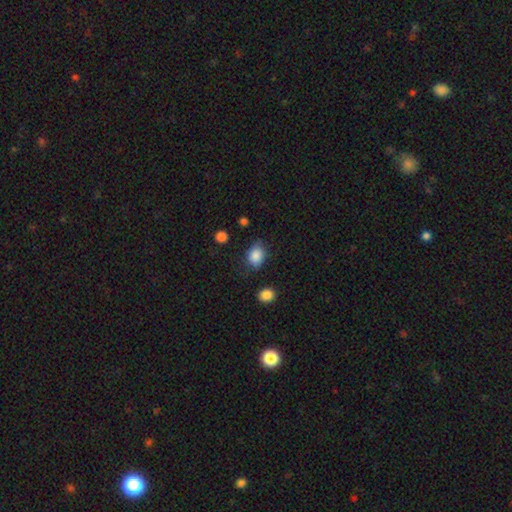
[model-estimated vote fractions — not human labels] A smooth galaxy with no disk features (86%) that is in between round and cigar-shaped (64%). Merging: none (70%).